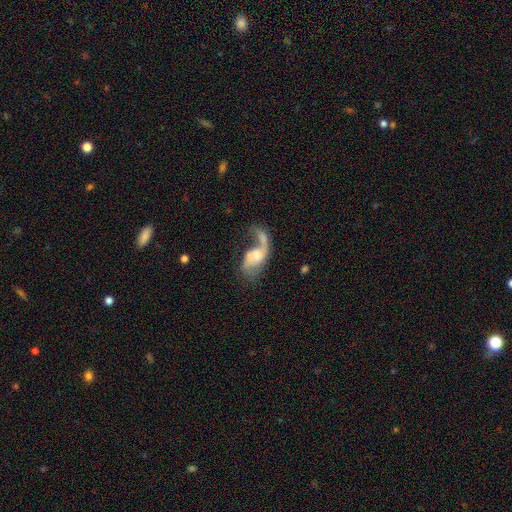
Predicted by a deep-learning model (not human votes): A featured or disk galaxy (69%) with no bar (57%), 2 (55%) loose (77%) spiral arms (80%) and a moderate central bulge (33%). Merging: major disturbance (38%).